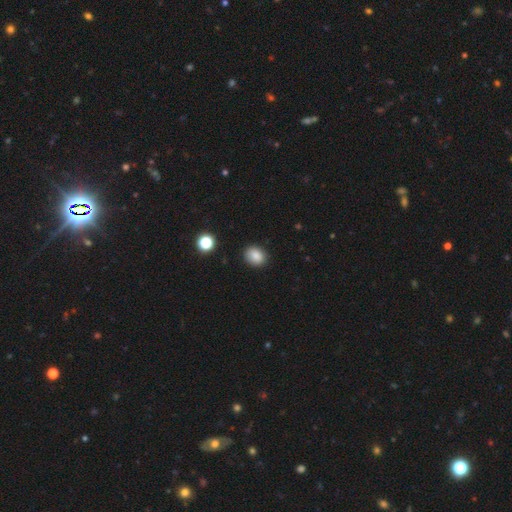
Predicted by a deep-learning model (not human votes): A smooth galaxy with no disk features (86%) that is round (54%). Merging: none (88%).